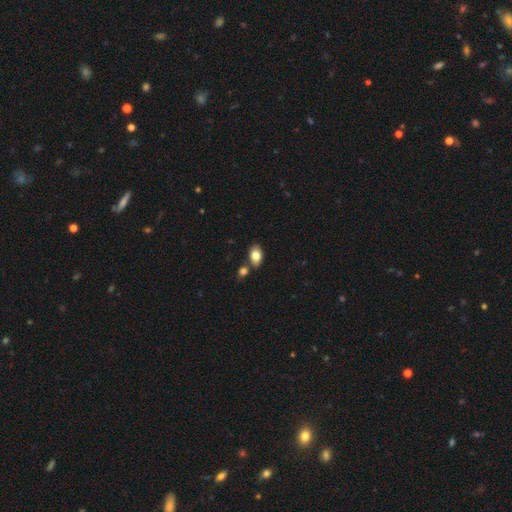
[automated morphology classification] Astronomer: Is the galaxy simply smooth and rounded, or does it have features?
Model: smooth — 82%.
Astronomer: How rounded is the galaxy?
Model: in between — 88%.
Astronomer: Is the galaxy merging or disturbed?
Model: none — 70%.